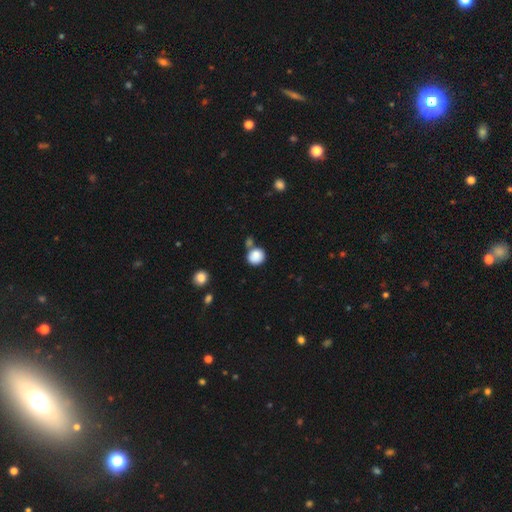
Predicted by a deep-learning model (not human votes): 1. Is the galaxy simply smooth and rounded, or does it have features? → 85% smooth, 9% star or artifact, 6% featured or disk.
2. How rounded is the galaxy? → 87% round, 12% in between, 1% cigar-shaped.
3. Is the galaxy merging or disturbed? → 63% none, 22% merger, 12% minor disturbance, 3% major disturbance.